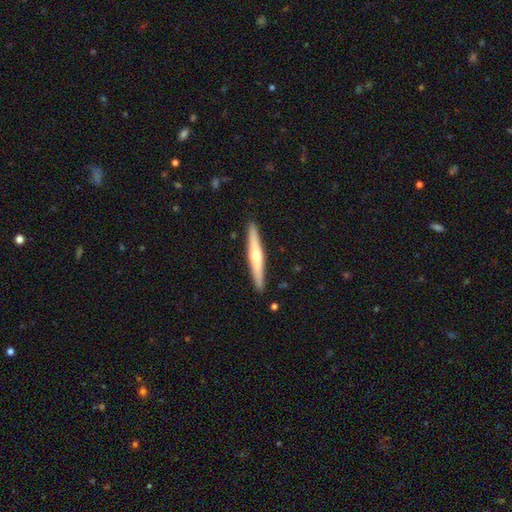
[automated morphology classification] featured or disk 60%, smooth 35%, star or artifact 5%. Down the decision tree: edge-on disk — yes (96%); edge-on bulge — rounded (87%); merging — none (92%).